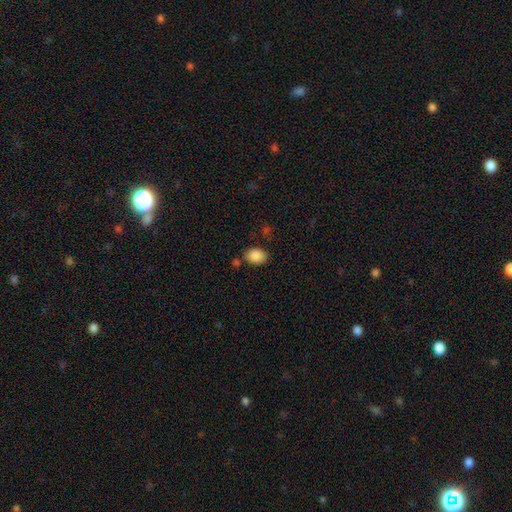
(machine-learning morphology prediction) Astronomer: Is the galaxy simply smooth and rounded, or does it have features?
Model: smooth — 88%.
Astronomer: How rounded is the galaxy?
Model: in between — 77%.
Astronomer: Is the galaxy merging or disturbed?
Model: none — 78%.